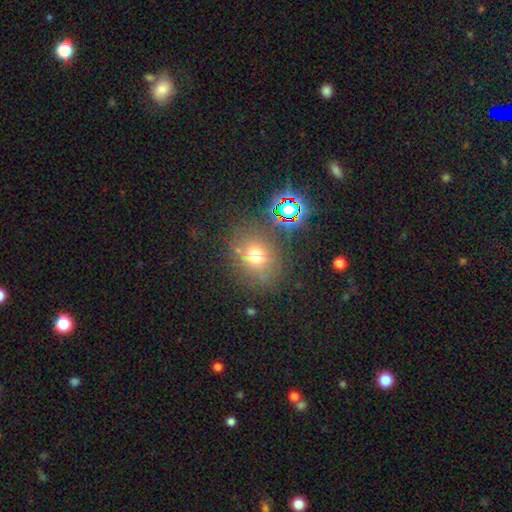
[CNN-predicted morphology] A smooth galaxy with no disk features (67%) that is round (63%). Merging: none (74%).